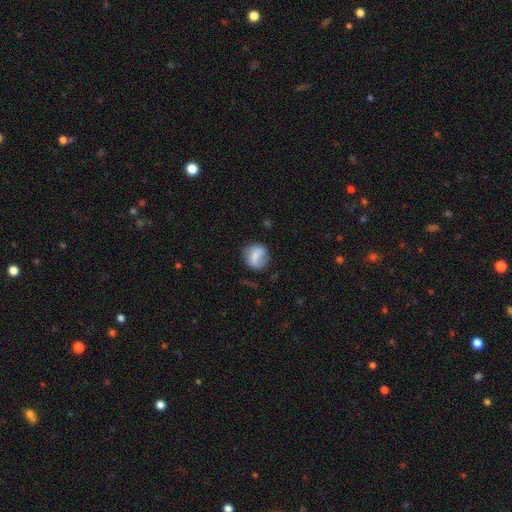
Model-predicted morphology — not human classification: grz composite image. It shows a smooth galaxy with no disk features (65%) that is round (72%). Merging: none (60%).